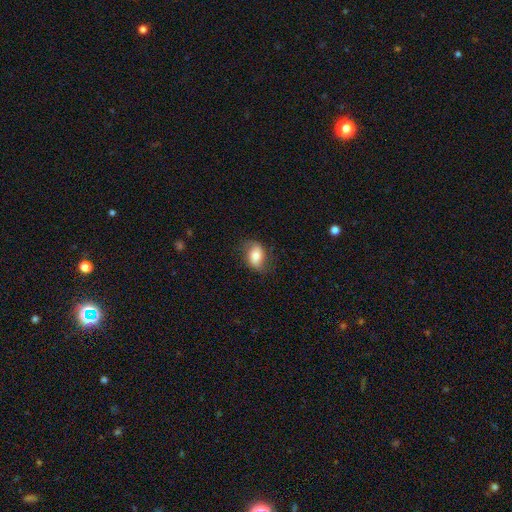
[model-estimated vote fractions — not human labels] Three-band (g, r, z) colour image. It shows a smooth galaxy with no disk features (69%) that is in between round and cigar-shaped (82%). Merging: none (72%).